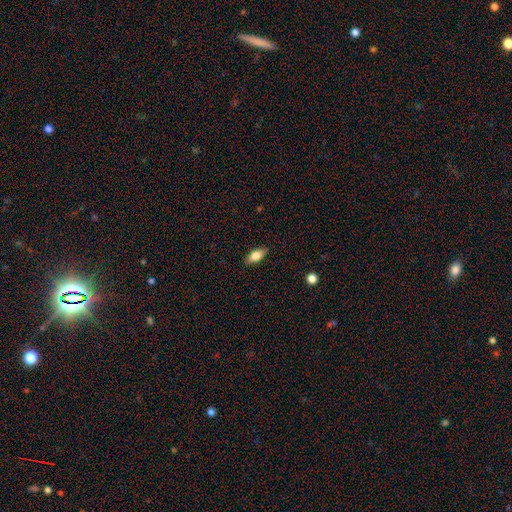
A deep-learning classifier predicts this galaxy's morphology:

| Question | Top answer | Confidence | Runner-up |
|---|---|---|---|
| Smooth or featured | smooth | 74% | featured or disk (18%) |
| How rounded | in between | 83% | cigar-shaped (14%) |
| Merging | none | 87% | minor disturbance (10%) |